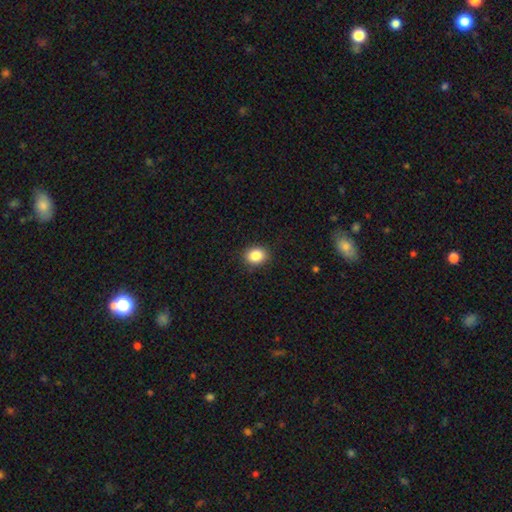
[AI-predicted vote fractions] Smooth or featured?
  - smooth: 86% *
  - star or artifact: 9%
  - featured or disk: 5%
How rounded?
  - round: 57% *
  - in between: 42%
  - cigar-shaped: 1%
Merging?
  - none: 89% *
  - minor disturbance: 8%
  - major disturbance: 2%
  - merger: 1%